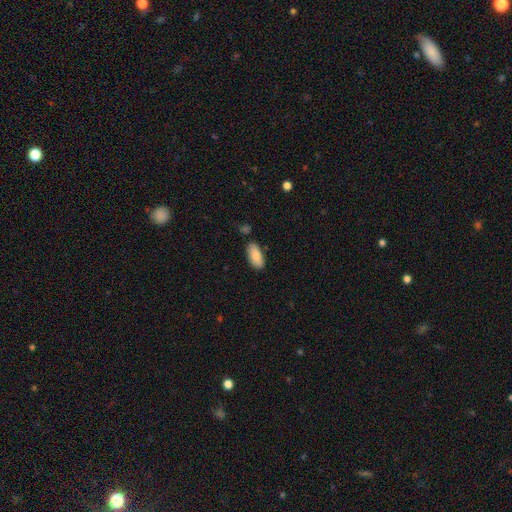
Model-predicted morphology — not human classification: smooth_or_featured: smooth (p=0.85) [alt: featured or disk p=0.09]
how_rounded: in between (p=0.91) [alt: cigar-shaped p=0.07]
merging: none (p=0.82) [alt: minor disturbance p=0.12]